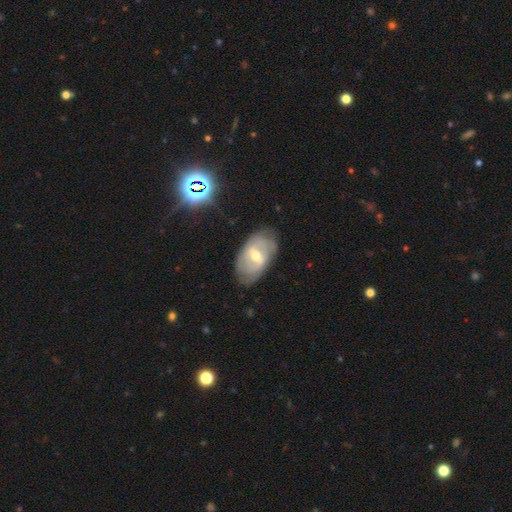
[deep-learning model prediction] Smooth or featured? featured or disk (70%)
Edge-on disk? no (93%)
Bar? weak (51%)
Spiral arms? yes (69%)
Bulge size? moderate (61%)
Merging? none (74%)